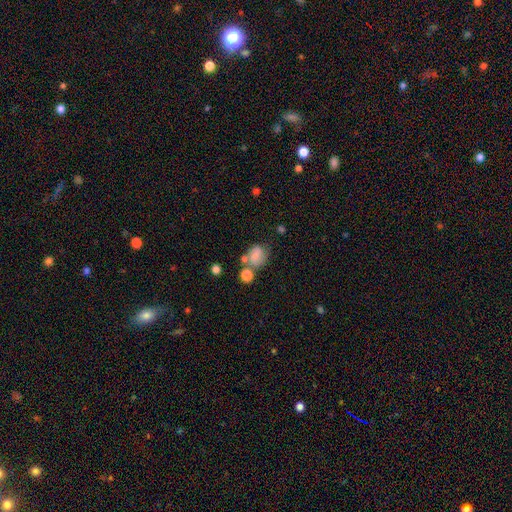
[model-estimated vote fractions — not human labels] smooth-or-featured: smooth: 68% | featured or disk: 20% | star or artifact: 13%
  how-rounded: in between: 52% | round: 47% | cigar-shaped: 1%
  merging: none: 41% | merger: 25% | minor disturbance: 22% | major disturbance: 13%